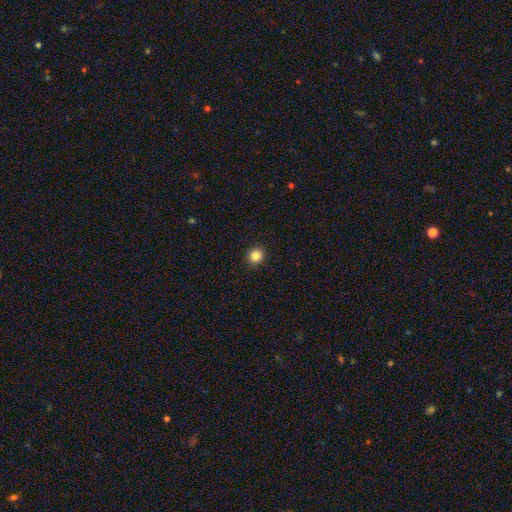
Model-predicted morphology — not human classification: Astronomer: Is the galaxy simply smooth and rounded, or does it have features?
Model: smooth — 85%.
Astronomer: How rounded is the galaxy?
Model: round — 92%.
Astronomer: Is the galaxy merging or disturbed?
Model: none — 92%.